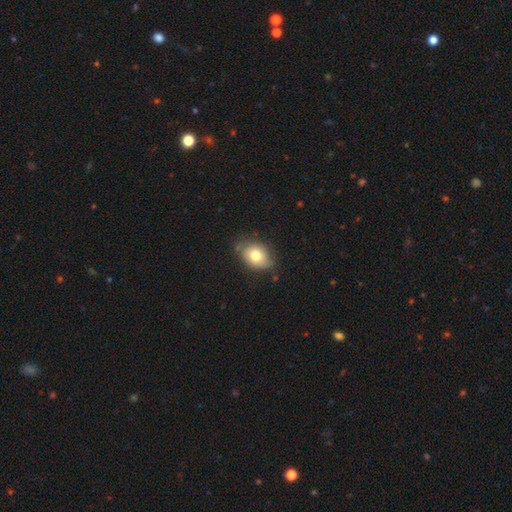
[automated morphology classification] This is likely a smooth galaxy (75%). How rounded: likely in between (69%). Merging: likely none (67%).